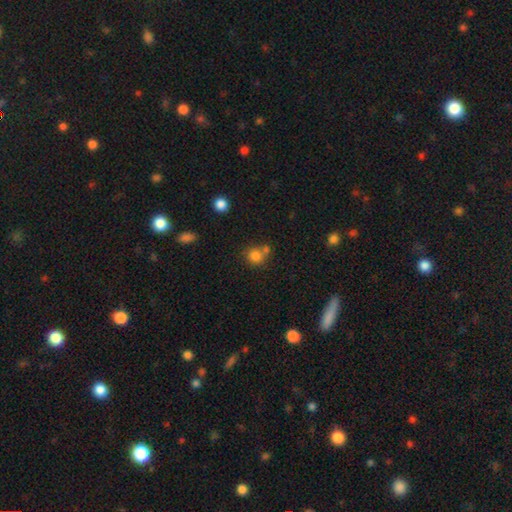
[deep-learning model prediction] Smooth or featured?
  - smooth: 81% *
  - star or artifact: 11%
  - featured or disk: 8%
How rounded?
  - round: 84% *
  - in between: 15%
  - cigar-shaped: 1%
Merging?
  - none: 53% *
  - merger: 32%
  - minor disturbance: 11%
  - major disturbance: 4%